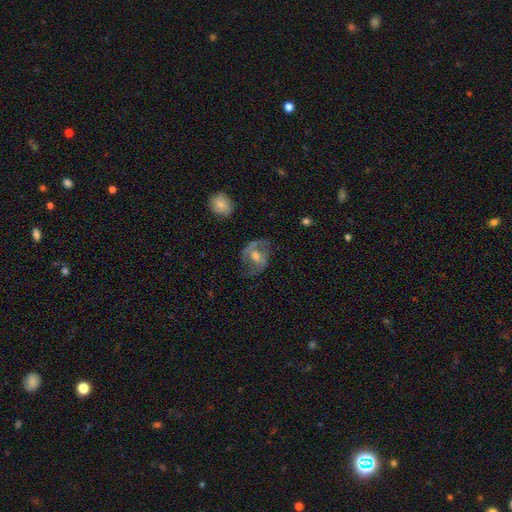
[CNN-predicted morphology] featured or disk 64%, smooth 28%, star or artifact 7%. Down the decision tree: edge-on disk — no (95%); bar — no (40%); spiral arms — yes (68%); bulge size — moderate (66%); merging — none (59%).